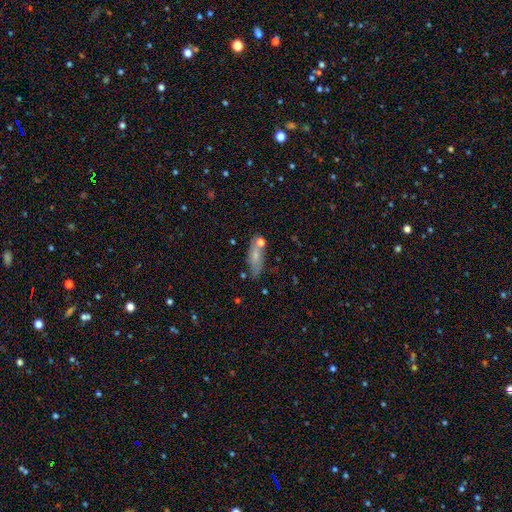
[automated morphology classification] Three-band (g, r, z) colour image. It shows a smooth galaxy with no disk features (66%) that is in between round and cigar-shaped (61%). Merging: none (63%).